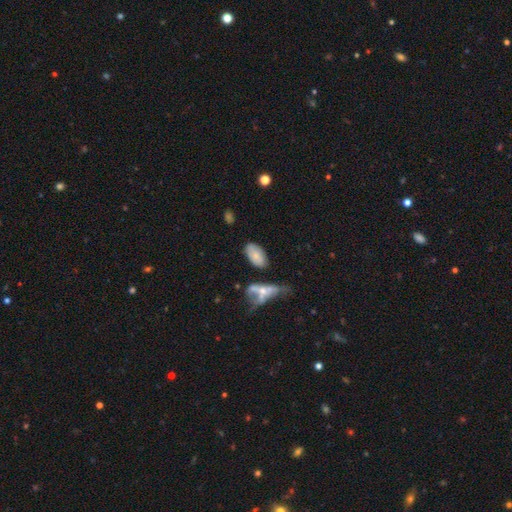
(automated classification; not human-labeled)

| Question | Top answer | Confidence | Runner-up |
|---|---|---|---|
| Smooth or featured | smooth | 73% | featured or disk (19%) |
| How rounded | in between | 94% | round (4%) |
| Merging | none | 62% | minor disturbance (19%) |